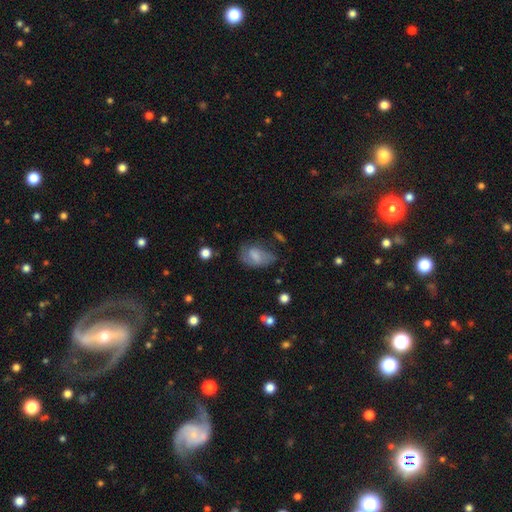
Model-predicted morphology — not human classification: The model was most divided on "merging": none: 41%, minor disturbance: 33%, major disturbance: 23%, merger: 3%. More confident: how rounded — in between (86%); smooth or featured — smooth (64%).